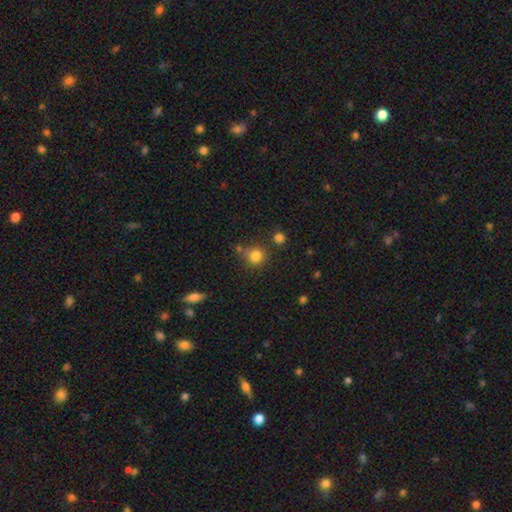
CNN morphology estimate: smooth_or_featured: smooth (p=0.80) [alt: star or artifact p=0.13]
how_rounded: round (p=0.89) [alt: in between p=0.10]
merging: none (p=0.70) [alt: merger p=0.13]